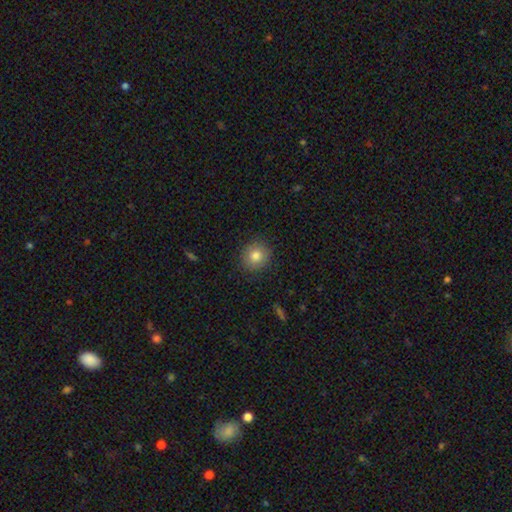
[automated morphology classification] type=smooth (82%); roundness=round (87%); merging=none (88%).